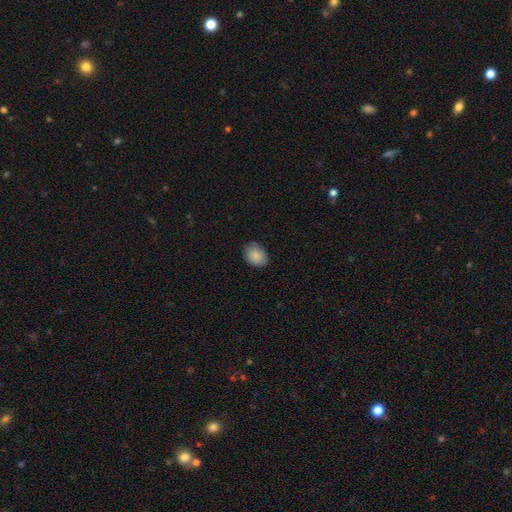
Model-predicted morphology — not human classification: A smooth galaxy with no disk features (88%) that is in between round and cigar-shaped (63%). Merging: none (81%).